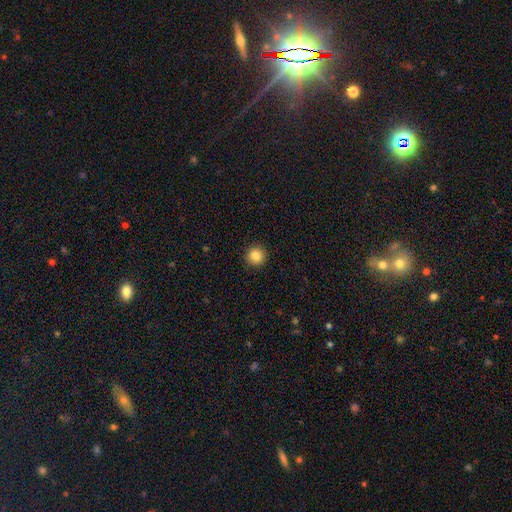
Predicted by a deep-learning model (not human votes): Q: Smooth or featured?
A: smooth (85%); runner-up: star or artifact (10%)
Q: How rounded?
A: round (94%); runner-up: in between (5%)
Q: Merging?
A: none (92%); runner-up: minor disturbance (5%)